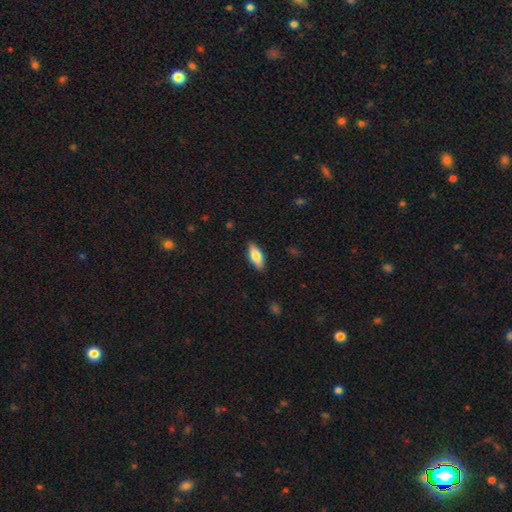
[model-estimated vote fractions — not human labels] smooth 76%, featured or disk 18%, star or artifact 6%. Down the decision tree: how rounded — in between (74%); merging — none (87%).